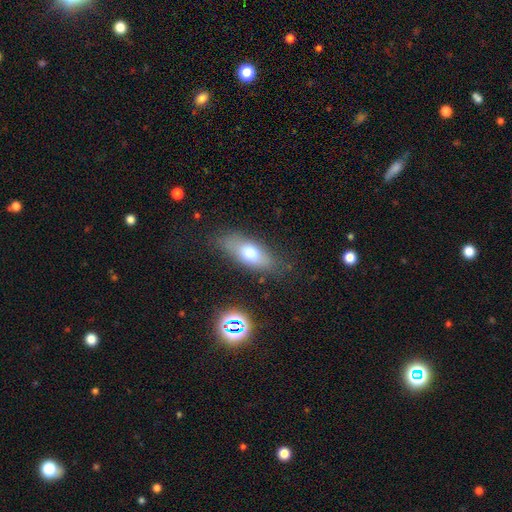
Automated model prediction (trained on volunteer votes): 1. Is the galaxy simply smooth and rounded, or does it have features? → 66% smooth, 24% featured or disk, 11% star or artifact.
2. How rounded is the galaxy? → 71% in between, 24% cigar-shaped, 5% round.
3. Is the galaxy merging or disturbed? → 78% none, 16% minor disturbance, 5% major disturbance, 2% merger.